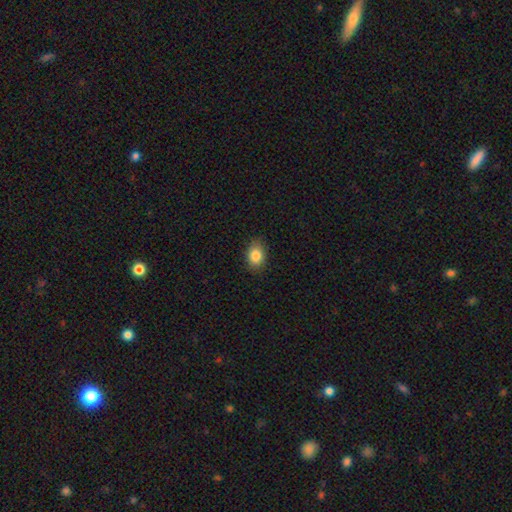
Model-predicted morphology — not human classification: Smooth or featured? Predicted: smooth (p=0.85). How rounded? Predicted: in between (p=0.73). Merging? Predicted: none (p=0.86).